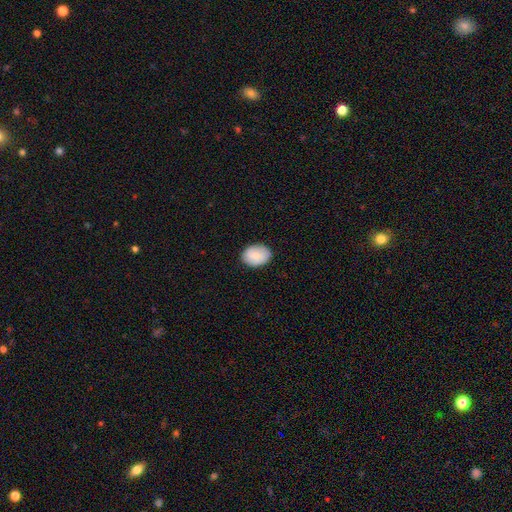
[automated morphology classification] Smooth or featured? smooth (81%)
How rounded? in between (70%)
Merging? none (85%)